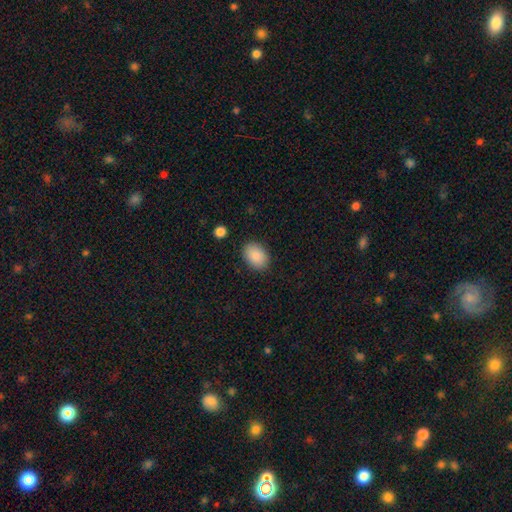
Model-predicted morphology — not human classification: type=smooth (89%); roundness=in between (80%); merging=none (87%).